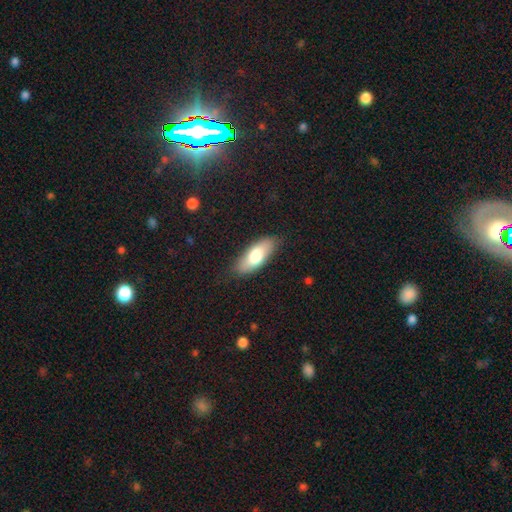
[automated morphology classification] Smooth or featured? Predicted: smooth (p=0.74). How rounded? Predicted: in between (p=0.77). Merging? Predicted: none (p=0.82).